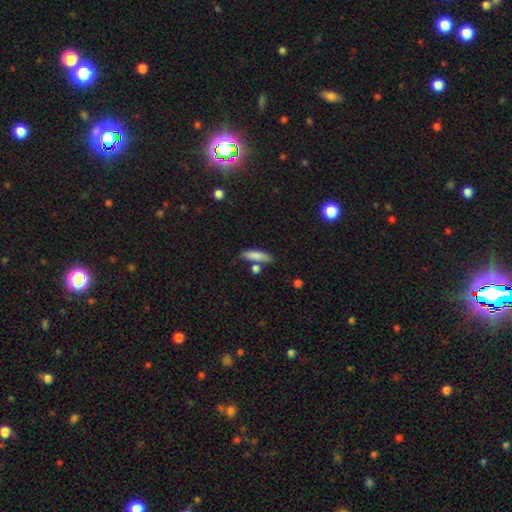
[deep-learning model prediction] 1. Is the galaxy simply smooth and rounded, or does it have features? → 82% smooth, 11% featured or disk, 7% star or artifact.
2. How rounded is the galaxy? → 70% cigar-shaped, 27% in between, 2% round.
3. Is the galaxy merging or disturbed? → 68% none, 15% minor disturbance, 13% merger, 4% major disturbance.